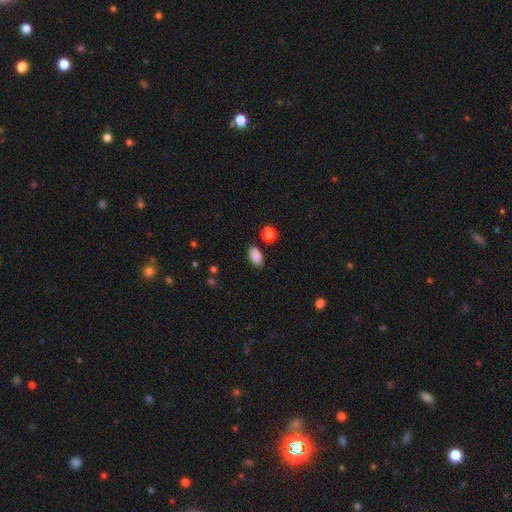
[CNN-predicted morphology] smooth_or_featured: smooth (p=0.88) [alt: star or artifact p=0.09]
how_rounded: in between (p=0.91) [alt: round p=0.07]
merging: none (p=0.83) [alt: minor disturbance p=0.11]